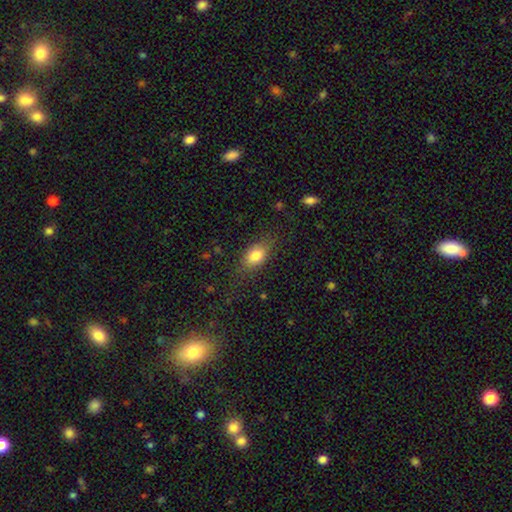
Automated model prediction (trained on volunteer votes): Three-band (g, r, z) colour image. It shows a smooth galaxy with no disk features (80%) that is in between round and cigar-shaped (82%). Merging: none (75%).